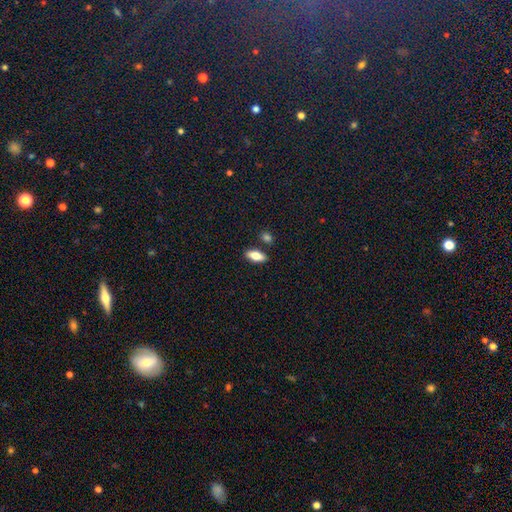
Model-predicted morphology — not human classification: A smooth galaxy with no disk features (79%) that is in between round and cigar-shaped (85%). Merging: none (83%).